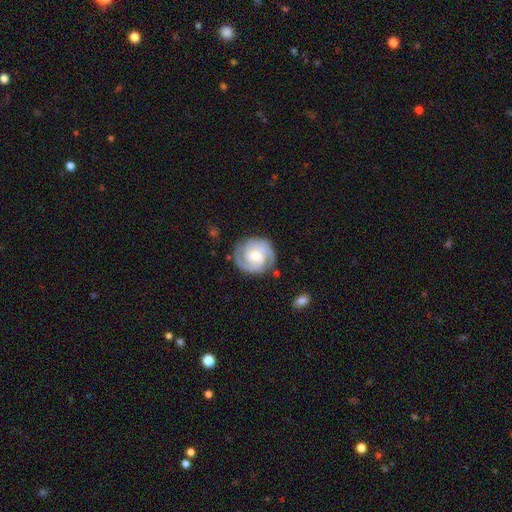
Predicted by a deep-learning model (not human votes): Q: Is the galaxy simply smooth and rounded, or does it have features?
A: featured or disk — 83%.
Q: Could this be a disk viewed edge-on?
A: no — 98%.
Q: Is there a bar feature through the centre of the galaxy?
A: no — 59%.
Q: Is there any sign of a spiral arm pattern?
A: yes — 96%.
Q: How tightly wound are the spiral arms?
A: tight — 61%.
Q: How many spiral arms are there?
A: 2 — 72%.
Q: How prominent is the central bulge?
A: moderate — 65%.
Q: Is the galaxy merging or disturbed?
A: none — 81%.